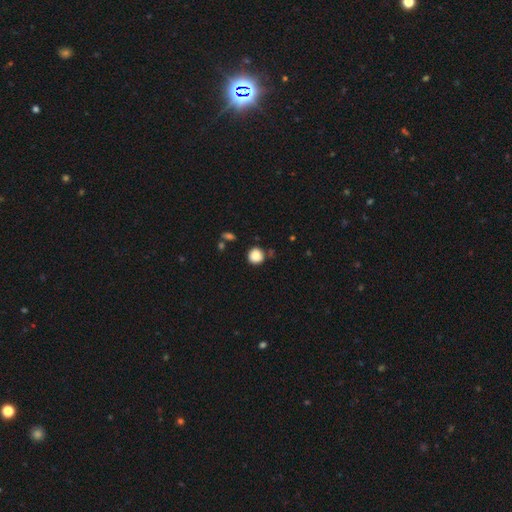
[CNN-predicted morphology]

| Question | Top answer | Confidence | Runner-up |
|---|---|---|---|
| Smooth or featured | smooth | 87% | star or artifact (10%) |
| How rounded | round | 91% | in between (8%) |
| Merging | none | 80% | minor disturbance (12%) |